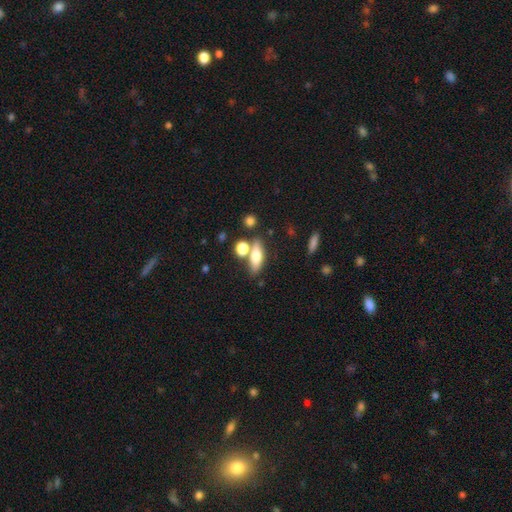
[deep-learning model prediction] Smooth or featured? Predicted: smooth (p=0.66). How rounded? Predicted: in between (p=0.59). Merging? Predicted: none (p=0.65).